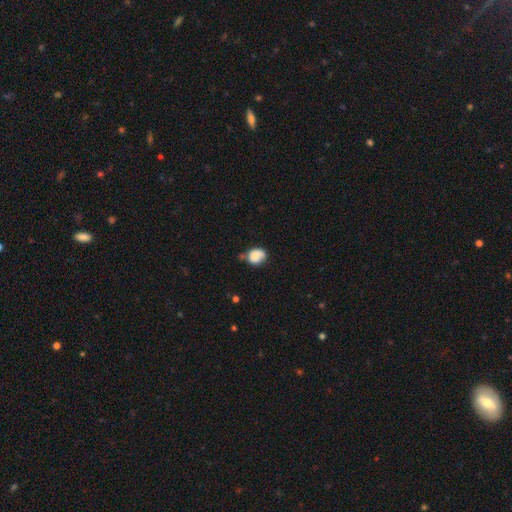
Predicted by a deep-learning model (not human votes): A smooth galaxy with no disk features (76%) that is in between round and cigar-shaped (51%).

Vote fractions:
- Smooth or featured? smooth: 76% / featured or disk: 15% / star or artifact: 9%
- How rounded? in between: 51% / round: 48% / cigar-shaped: 1%
- Merging? none: 44% / minor disturbance: 36% / merger: 10% / major disturbance: 10%